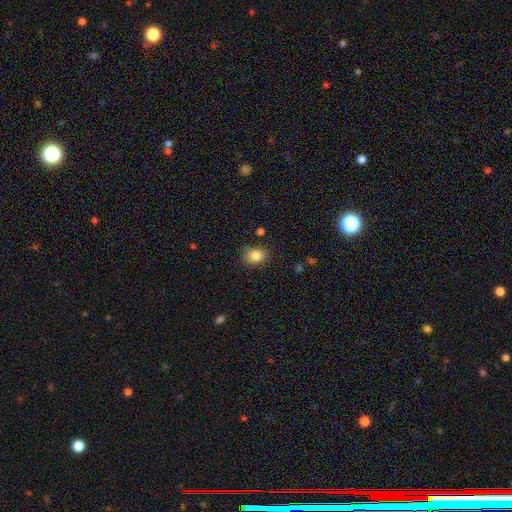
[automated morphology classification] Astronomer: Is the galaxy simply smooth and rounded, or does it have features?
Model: smooth — 84%.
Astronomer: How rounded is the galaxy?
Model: round — 60% (runner-up: in between, 39%).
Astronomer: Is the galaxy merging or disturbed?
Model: none — 81%.